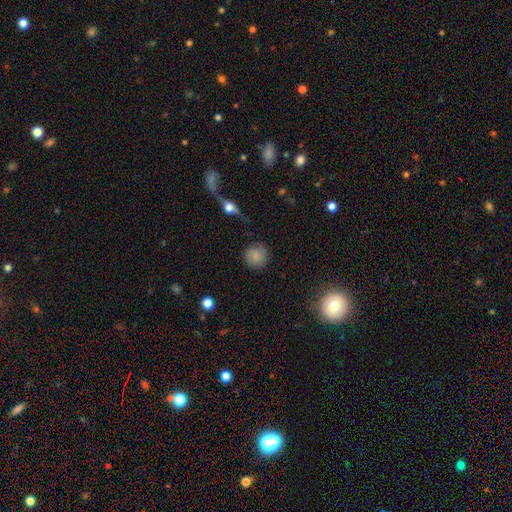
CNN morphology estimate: smooth_or_featured: smooth (p=0.73) [alt: featured or disk p=0.18]
how_rounded: round (p=0.89) [alt: in between p=0.10]
merging: none (p=0.81) [alt: minor disturbance p=0.13]